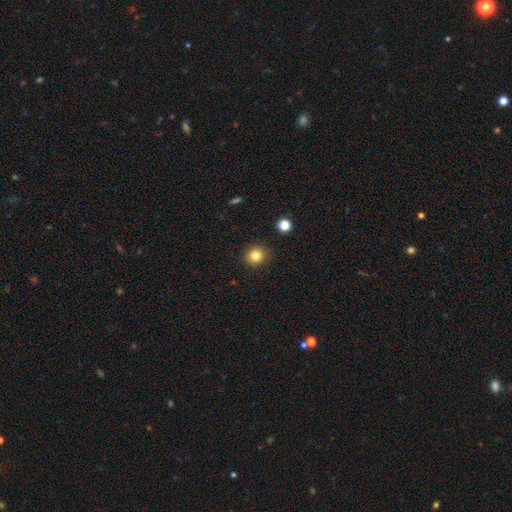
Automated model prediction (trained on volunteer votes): Q: Smooth or featured?
A: smooth (82%); runner-up: star or artifact (12%)
Q: How rounded?
A: round (88%); runner-up: in between (11%)
Q: Merging?
A: none (90%); runner-up: minor disturbance (7%)